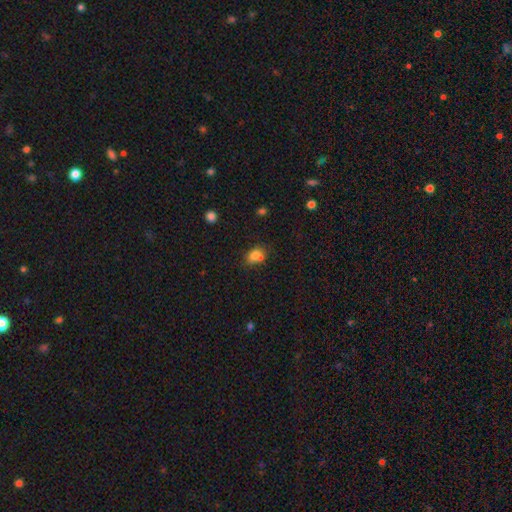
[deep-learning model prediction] A smooth galaxy with no disk features (74%) that is in between round and cigar-shaped (57%).

Vote fractions:
- Smooth or featured? smooth: 74% / featured or disk: 13% / star or artifact: 13%
- How rounded? in between: 57% / round: 42% / cigar-shaped: 2%
- Merging? merger: 42% / none: 40% / minor disturbance: 13% / major disturbance: 5%